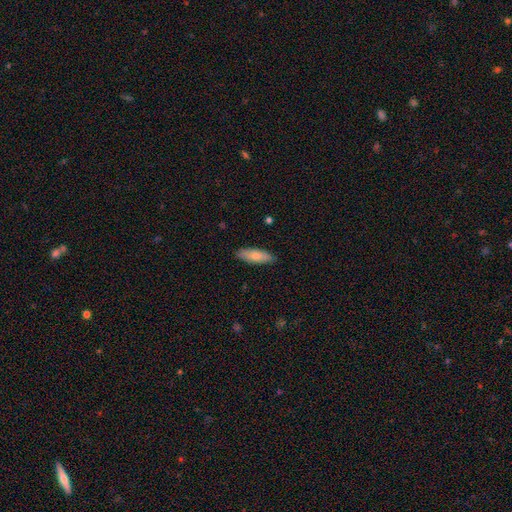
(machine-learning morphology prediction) Smooth or featured?
  - smooth: 76% *
  - featured or disk: 18%
  - star or artifact: 6%
How rounded?
  - in between: 58% *
  - cigar-shaped: 40%
  - round: 2%
Merging?
  - none: 88% *
  - minor disturbance: 10%
  - major disturbance: 2%
  - merger: 1%